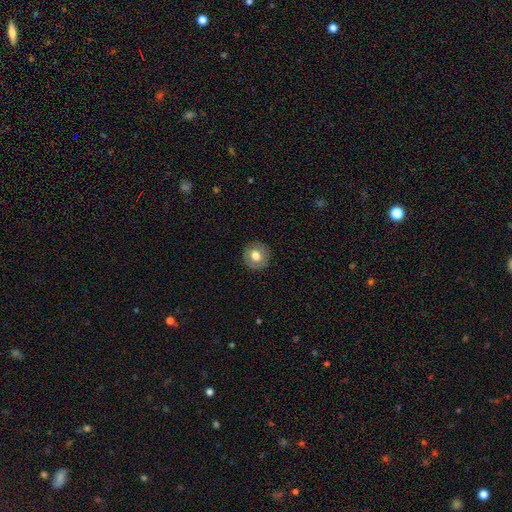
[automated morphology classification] Overall: smooth (69%). How rounded: round (92%). Merging: none (88%).